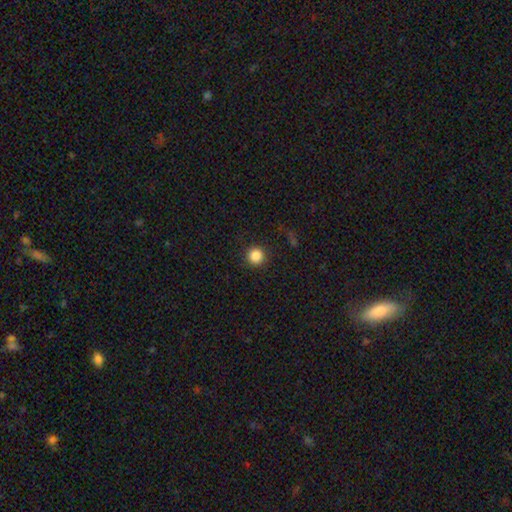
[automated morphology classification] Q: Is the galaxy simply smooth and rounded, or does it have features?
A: smooth — 86%.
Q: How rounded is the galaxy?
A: round — 96%.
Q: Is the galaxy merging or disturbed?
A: none — 91%.